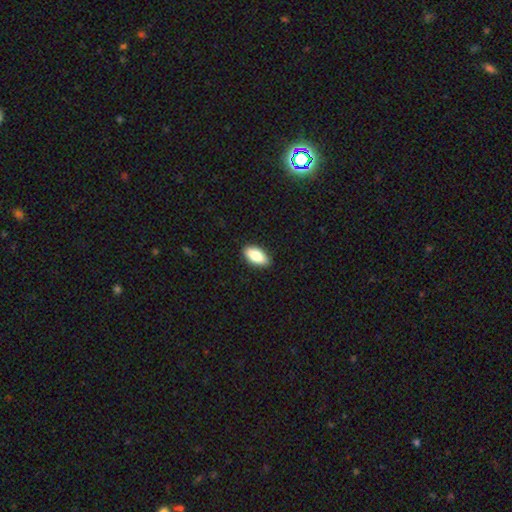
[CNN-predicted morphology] type=smooth (81%); roundness=in between (89%); merging=none (89%).